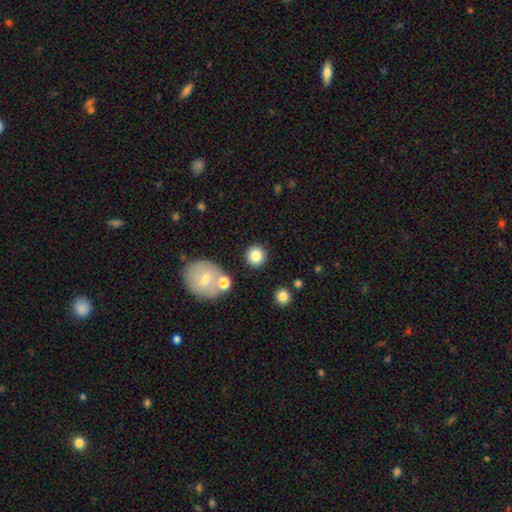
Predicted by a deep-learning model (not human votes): Smooth or featured? Predicted: smooth (p=0.83). How rounded? Predicted: round (p=0.93). Merging? Predicted: none (p=0.84).